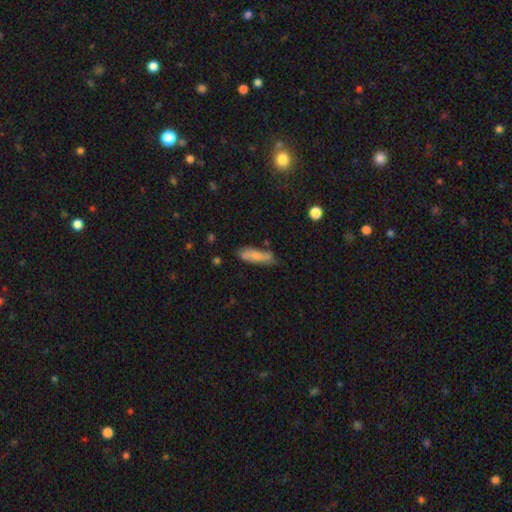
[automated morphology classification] smooth-or-featured: smooth: 75% | featured or disk: 18% | star or artifact: 7%
  how-rounded: cigar-shaped: 57% | in between: 41% | round: 2%
  merging: none: 67% | minor disturbance: 24% | major disturbance: 5% | merger: 4%